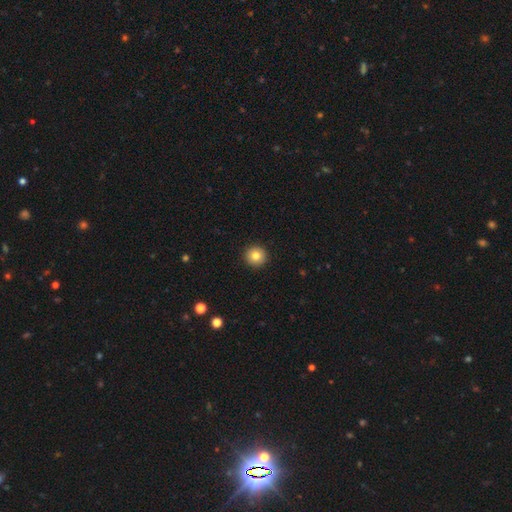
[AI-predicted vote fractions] Overall: smooth (82%). How rounded: round (95%). Merging: none (93%).